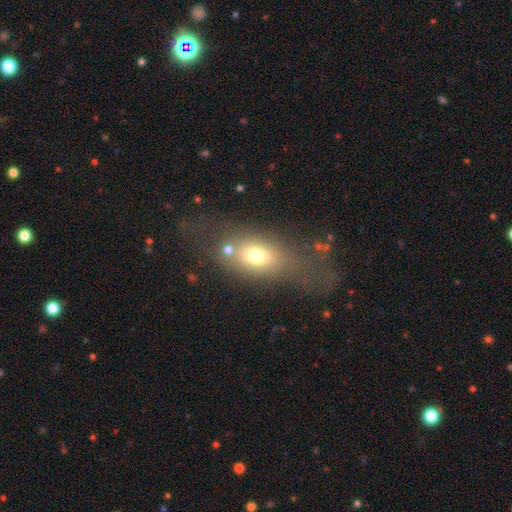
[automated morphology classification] Smooth or featured? smooth (68%)
How rounded? in between (73%)
Merging? none (42%)